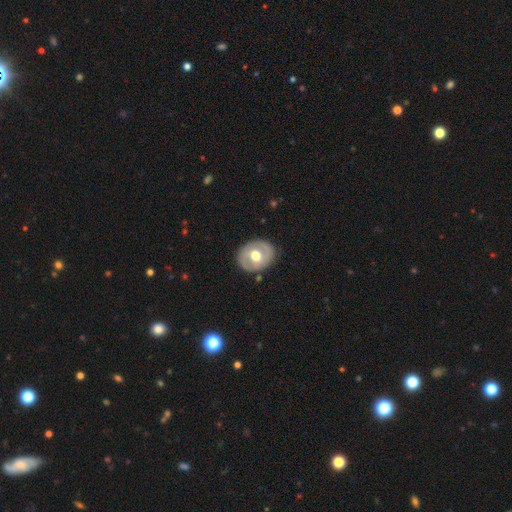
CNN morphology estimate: Q: Smooth or featured?
A: featured or disk (49%); runner-up: smooth (46%)
Q: Merging?
A: none (83%); runner-up: minor disturbance (12%)